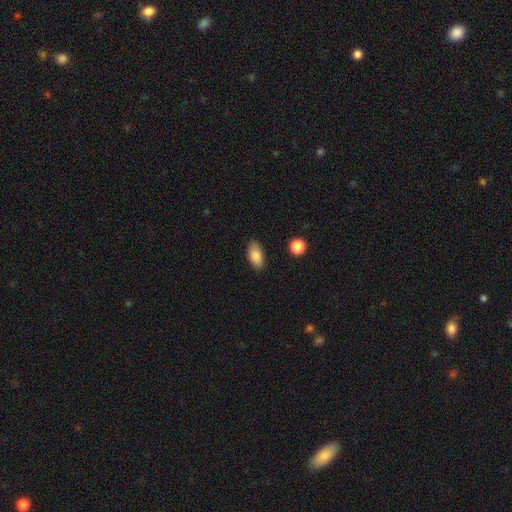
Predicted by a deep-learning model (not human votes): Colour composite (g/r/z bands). It shows a smooth galaxy with no disk features (85%) that is in between round and cigar-shaped (91%). Merging: none (84%).